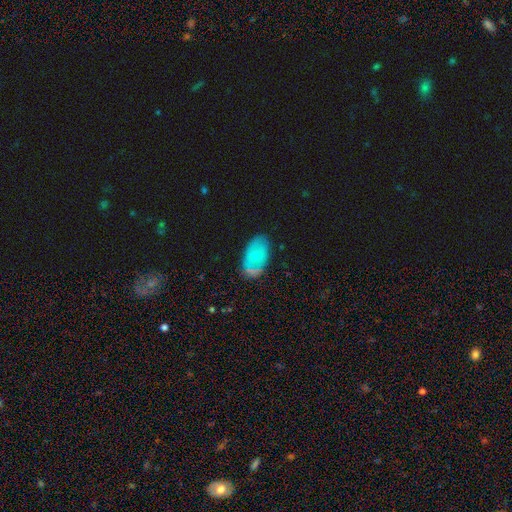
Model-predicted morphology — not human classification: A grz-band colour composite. It shows a smooth galaxy with no disk features (53%) that is in between round and cigar-shaped (91%). Merging: none (58%).